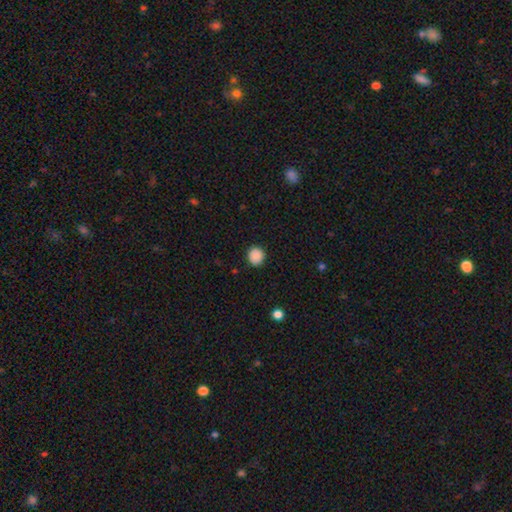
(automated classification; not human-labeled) This appears to be a smooth galaxy with no disk features (88%) that is round (88%). Merging: none (88%).